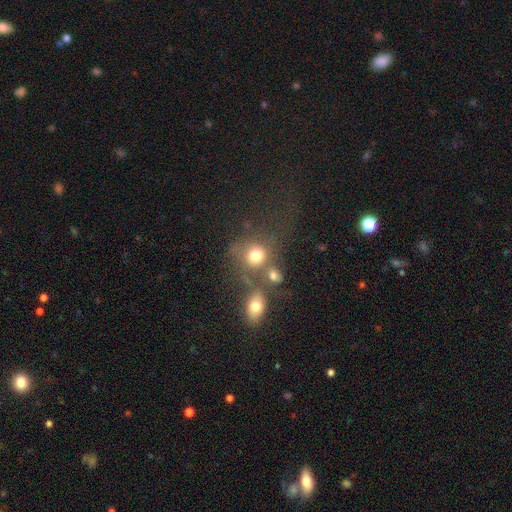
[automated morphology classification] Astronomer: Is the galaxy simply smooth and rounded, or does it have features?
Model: smooth — 74%.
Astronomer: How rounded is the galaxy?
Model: round — 73%.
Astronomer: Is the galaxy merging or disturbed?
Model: none — 46% (runner-up: merger, 30%).